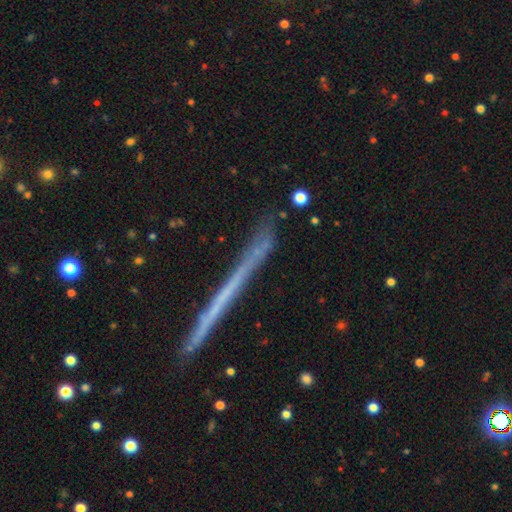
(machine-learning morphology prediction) featured or disk 59%, smooth 34%, star or artifact 7%. Down the decision tree: edge-on disk — yes (96%); edge-on bulge — none (93%); merging — none (84%).